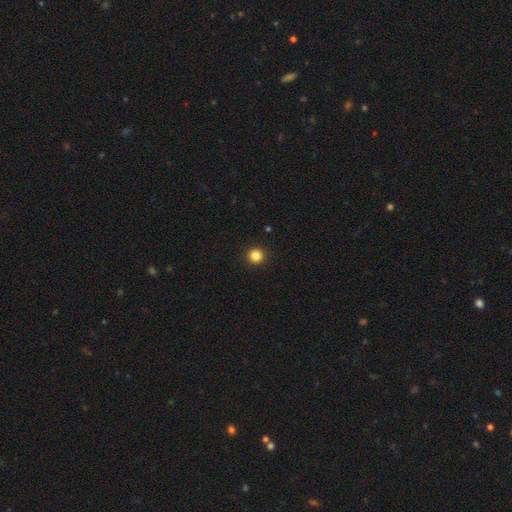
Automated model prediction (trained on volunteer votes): A smooth galaxy with no disk features (85%) that is round (96%). Merging: none (94%).